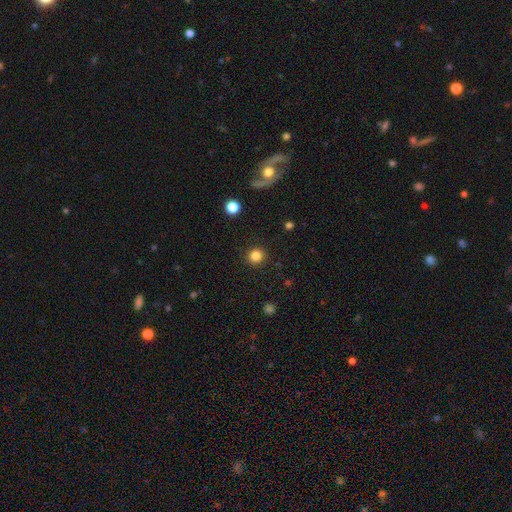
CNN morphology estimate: Smooth or featured: smooth — 84% (star or artifact — 12%)
How rounded: round — 93% (in between — 6%)
Merging: none — 91% (minor disturbance — 6%)